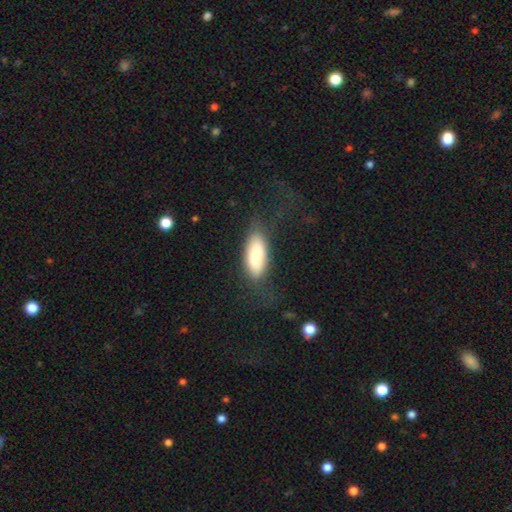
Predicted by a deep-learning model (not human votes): This appears to be a smooth galaxy with no disk features (75%) that is in between round and cigar-shaped (78%). Merging: none (55%).